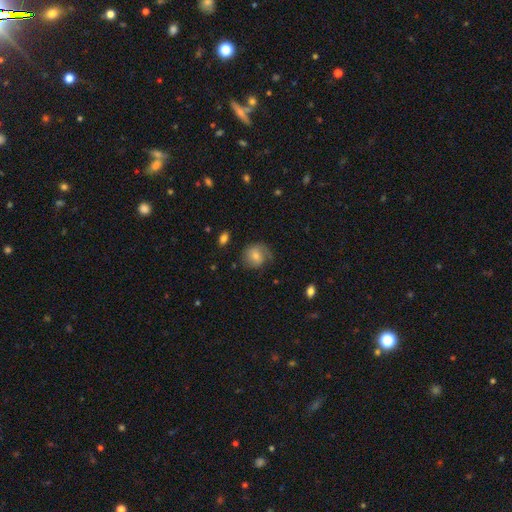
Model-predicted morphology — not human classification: Smooth or featured? smooth (56%)
How rounded? round (76%)
Merging? none (60%)